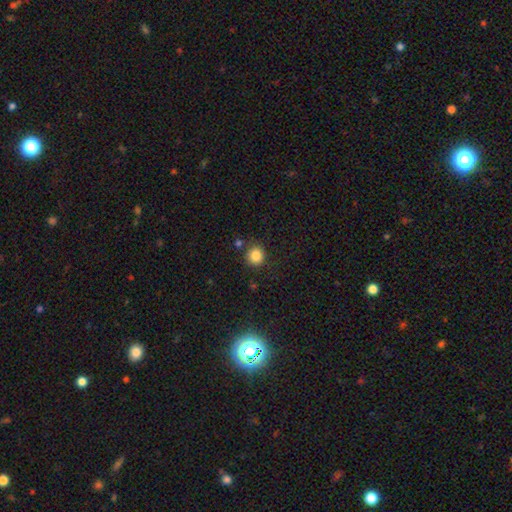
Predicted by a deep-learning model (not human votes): smooth_or_featured: smooth (p=0.85) [alt: star or artifact p=0.11]
how_rounded: round (p=0.90) [alt: in between p=0.09]
merging: none (p=0.83) [alt: minor disturbance p=0.09]